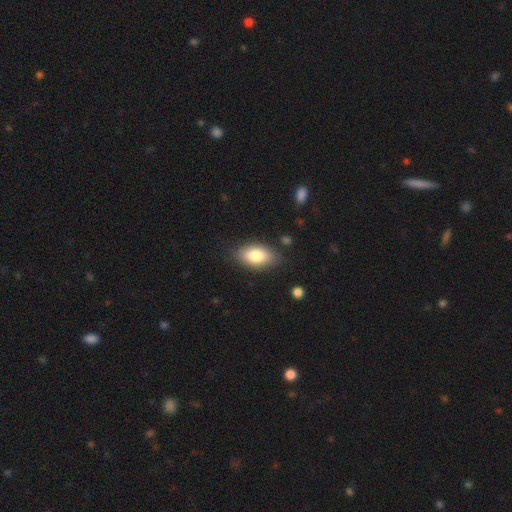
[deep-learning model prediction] smooth_or_featured: smooth (p=0.81) [alt: featured or disk p=0.12]
how_rounded: in between (p=0.92) [alt: round p=0.04]
merging: none (p=0.81) [alt: minor disturbance p=0.14]